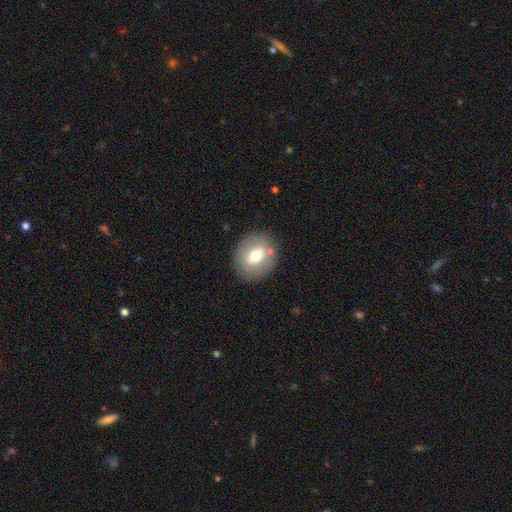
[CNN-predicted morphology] Overall: smooth (67%). How rounded: round (64%; in between 35%). Merging: none (83%).